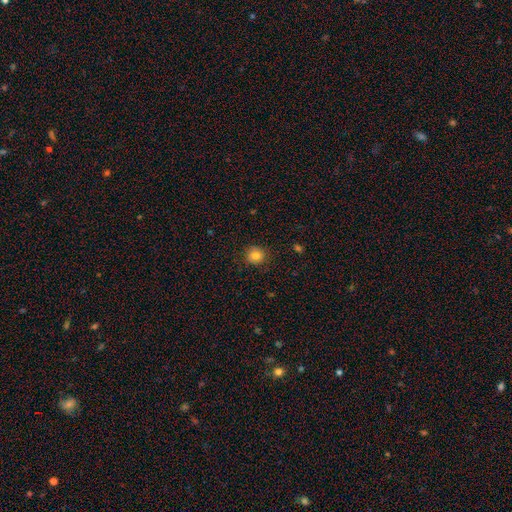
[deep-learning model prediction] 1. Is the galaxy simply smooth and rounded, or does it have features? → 82% smooth, 11% star or artifact, 7% featured or disk.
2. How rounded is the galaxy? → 88% round, 11% in between, 1% cigar-shaped.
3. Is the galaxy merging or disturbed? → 88% none, 9% minor disturbance, 2% major disturbance, 1% merger.